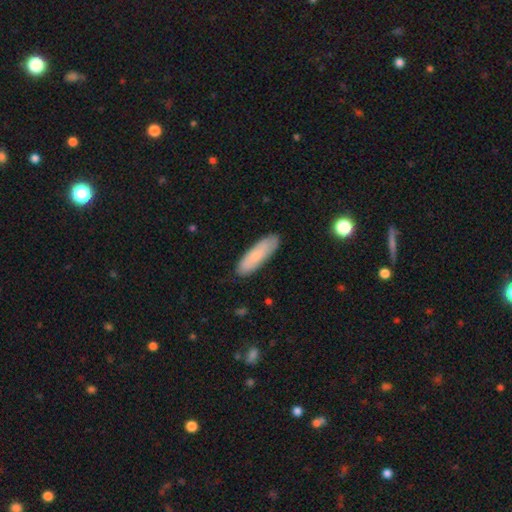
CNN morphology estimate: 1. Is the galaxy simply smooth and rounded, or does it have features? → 76% smooth, 19% featured or disk, 6% star or artifact.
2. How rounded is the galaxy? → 56% cigar-shaped, 42% in between, 2% round.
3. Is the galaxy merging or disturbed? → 85% none, 12% minor disturbance, 2% major disturbance, 1% merger.